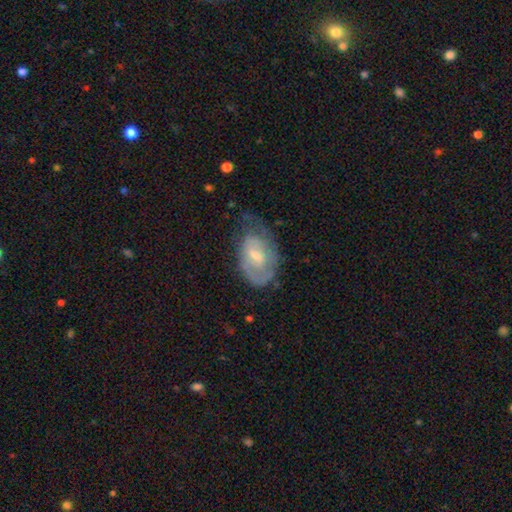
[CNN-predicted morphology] type=featured or disk (62%); edge-on=no (95%); bar=weak (54%); spiral arms=yes (69%); bulge=moderate (46%); merging=none (44%).